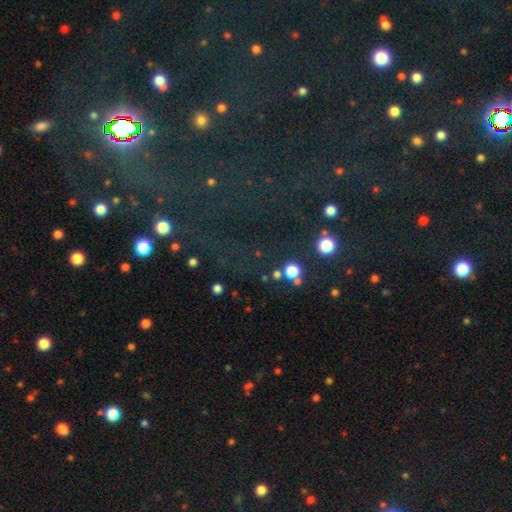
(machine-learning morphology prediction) This is clearly a star or artifact rather than a galaxy (80%).